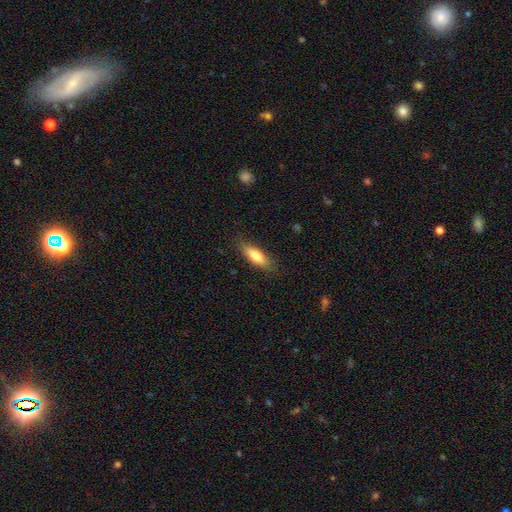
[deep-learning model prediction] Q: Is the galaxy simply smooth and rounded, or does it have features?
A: smooth — 76%.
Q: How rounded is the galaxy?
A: in between — 52%.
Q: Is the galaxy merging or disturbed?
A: none — 85%.